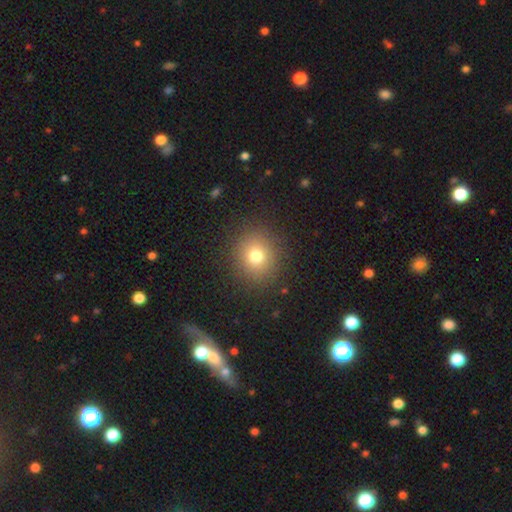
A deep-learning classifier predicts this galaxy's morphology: Smooth or featured? Predicted: smooth (p=0.75). How rounded? Predicted: round (p=0.86). Merging? Predicted: none (p=0.89).